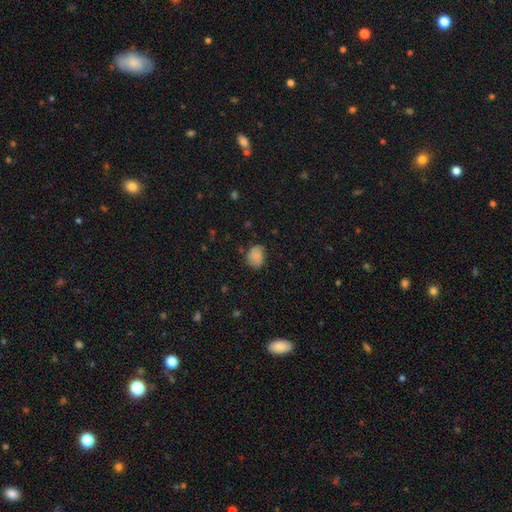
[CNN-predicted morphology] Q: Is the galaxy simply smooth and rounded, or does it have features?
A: smooth — 77%.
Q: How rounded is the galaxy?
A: in between — 57%.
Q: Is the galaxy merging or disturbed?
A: none — 62%.